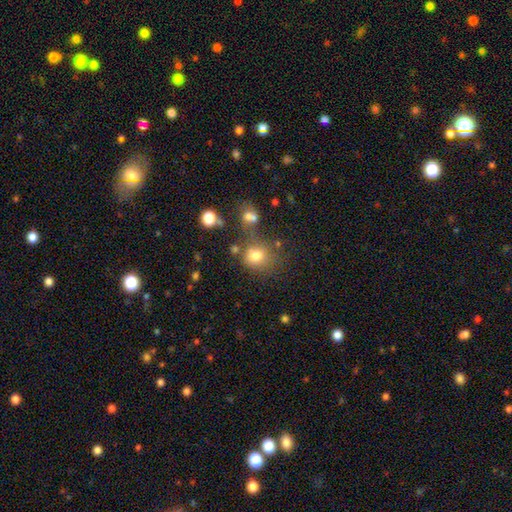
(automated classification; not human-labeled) Smooth or featured?
  - smooth: 76% *
  - star or artifact: 15%
  - featured or disk: 9%
How rounded?
  - round: 74% *
  - in between: 25%
  - cigar-shaped: 1%
Merging?
  - none: 61% *
  - merger: 16%
  - minor disturbance: 15%
  - major disturbance: 8%